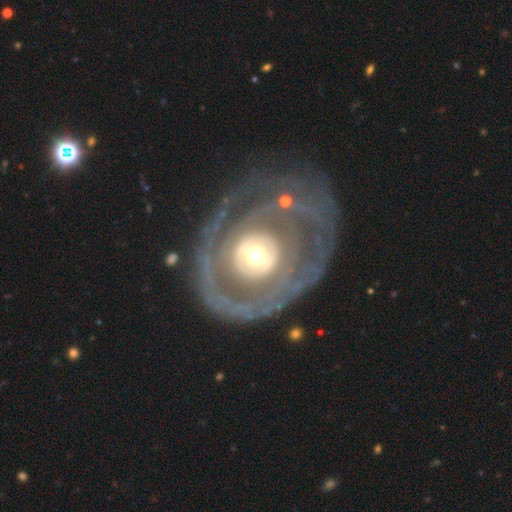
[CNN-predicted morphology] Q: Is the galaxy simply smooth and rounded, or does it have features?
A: featured or disk — 82%.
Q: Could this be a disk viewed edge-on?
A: no — 96%.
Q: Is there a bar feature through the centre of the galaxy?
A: no — 75%.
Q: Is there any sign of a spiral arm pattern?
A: yes — 68%.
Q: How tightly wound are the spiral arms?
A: tight — 57%.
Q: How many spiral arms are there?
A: can't tell — 33%.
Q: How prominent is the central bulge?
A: moderate — 60%.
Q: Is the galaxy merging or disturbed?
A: none — 65%.